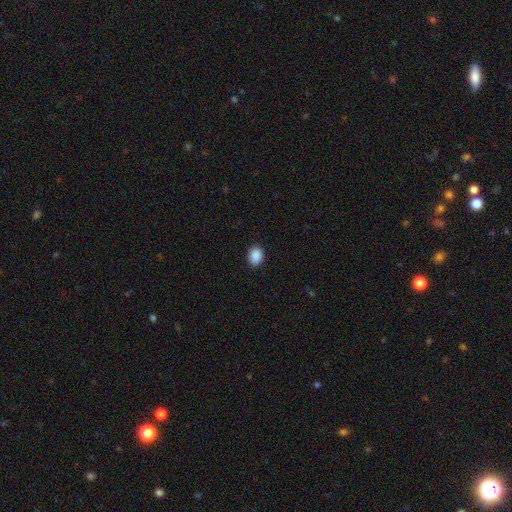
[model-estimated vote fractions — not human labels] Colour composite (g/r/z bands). It shows a smooth galaxy with no disk features (90%) that is in between round and cigar-shaped (66%). Merging: none (90%).